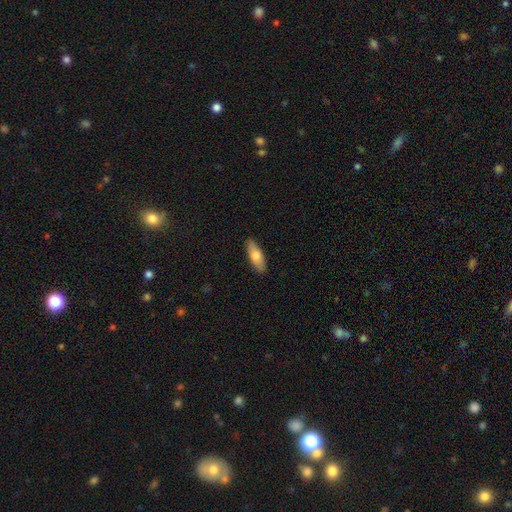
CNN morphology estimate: The model was most divided on "how rounded": in between: 64%, cigar-shaped: 33%, round: 2%. More confident: merging — none (89%); smooth or featured — smooth (71%).